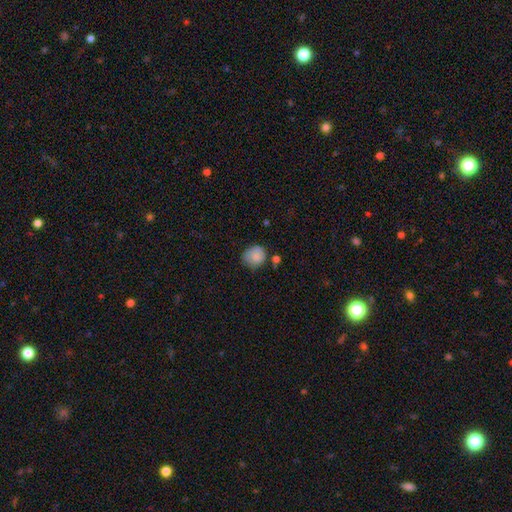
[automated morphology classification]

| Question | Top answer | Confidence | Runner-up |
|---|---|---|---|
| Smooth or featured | smooth | 83% | featured or disk (8%) |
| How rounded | round | 80% | in between (19%) |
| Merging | none | 63% | minor disturbance (25%) |